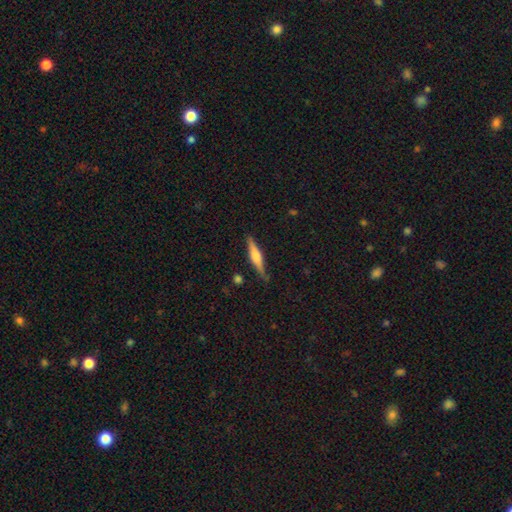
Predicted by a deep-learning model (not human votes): Overall: featured or disk (57%; smooth 37%). Edge-on disk: yes (96%). Edge-on bulge: rounded (73%). Merging: none (83%).